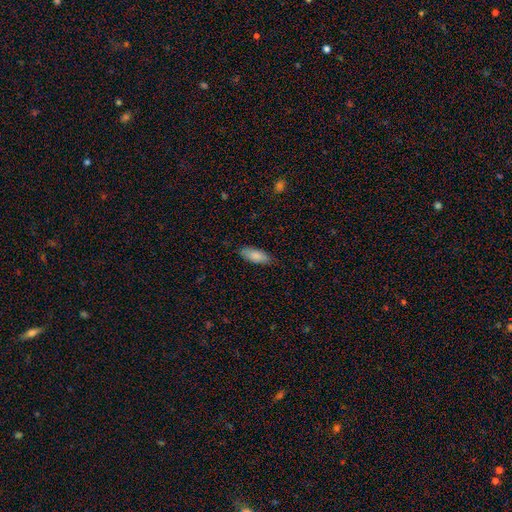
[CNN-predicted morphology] smooth 85%, featured or disk 9%, star or artifact 6%. Down the decision tree: how rounded — in between (79%); merging — none (81%).